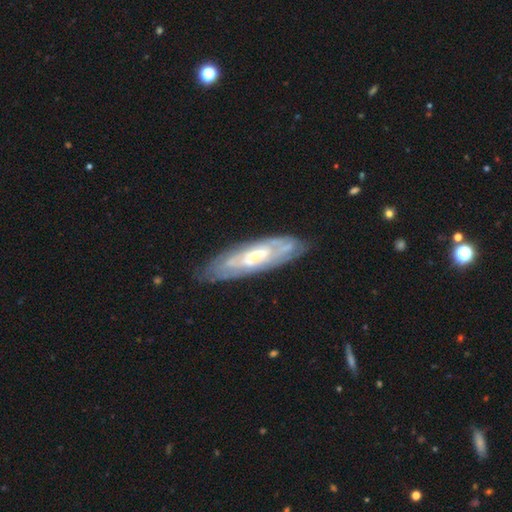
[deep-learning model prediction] A featured or disk galaxy (75%) with no bar (60%), spiral arms (76%) and a small central bulge (54%).

Vote fractions:
- Smooth or featured? featured or disk: 75% / smooth: 19% / star or artifact: 6%
- Edge-on disk? no: 76% / yes: 24%
- Bar? no: 60% / weak: 29% / strong: 10%
- Spiral arms? yes: 76% / no: 24%
- Bulge size? small: 54% / moderate: 40% / large: 3% / none: 2% / dominant: 1%
- Merging? none: 76% / minor disturbance: 17% / major disturbance: 5% / merger: 2%